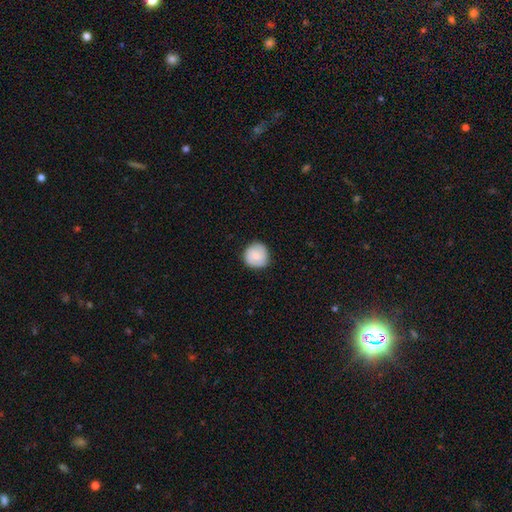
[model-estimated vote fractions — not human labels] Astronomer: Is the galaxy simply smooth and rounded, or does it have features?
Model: smooth — 64%.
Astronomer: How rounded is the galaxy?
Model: round — 93%.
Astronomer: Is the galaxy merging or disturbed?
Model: none — 86%.